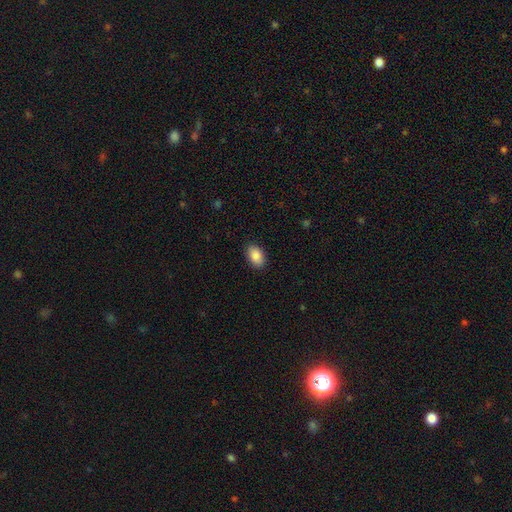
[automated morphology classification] Overall: smooth (89%). How rounded: in between (89%). Merging: none (88%).